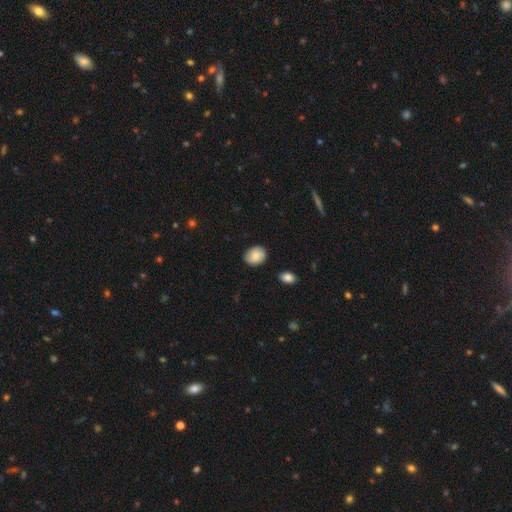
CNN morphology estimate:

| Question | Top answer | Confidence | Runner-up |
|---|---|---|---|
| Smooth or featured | smooth | 79% | featured or disk (14%) |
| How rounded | round | 54% | in between (45%) |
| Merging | none | 83% | minor disturbance (13%) |